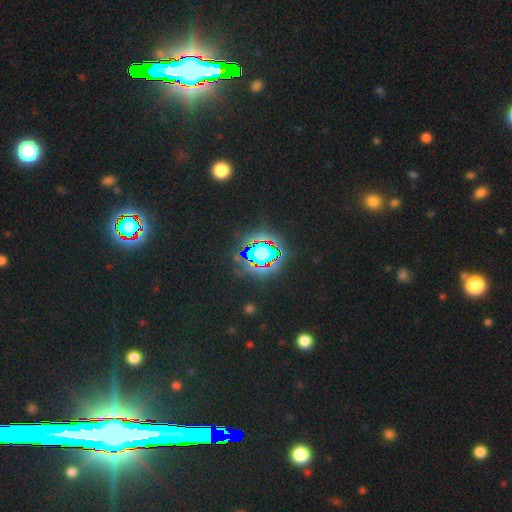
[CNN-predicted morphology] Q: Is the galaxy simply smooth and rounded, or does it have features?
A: star or artifact — 81%.